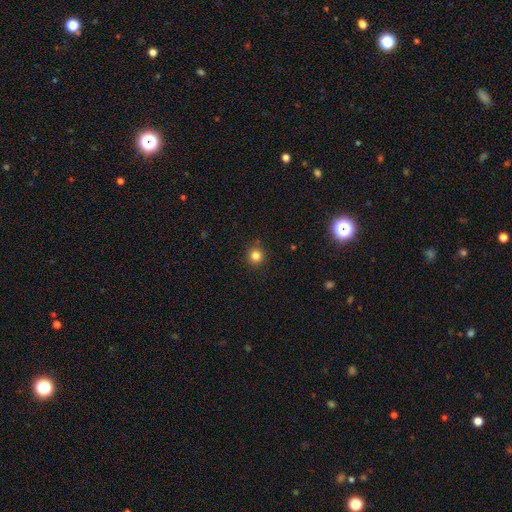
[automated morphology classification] Smooth or featured? smooth (82%)
How rounded? round (94%)
Merging? none (90%)